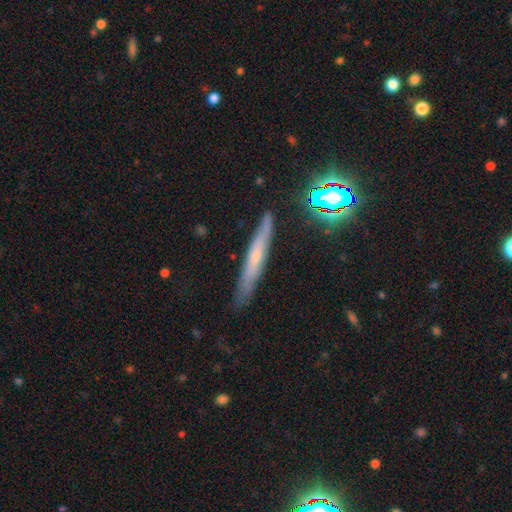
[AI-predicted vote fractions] Smooth or featured? Predicted: featured or disk (p=0.48). Merging? Predicted: none (p=0.82).